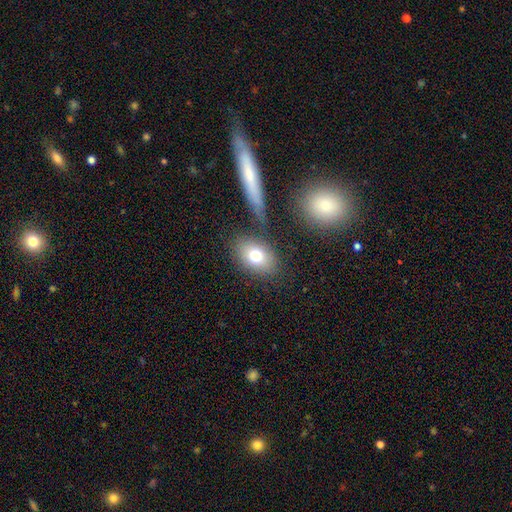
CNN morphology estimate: Overall: smooth (76%). How rounded: in between (74%). Merging: none (76%).